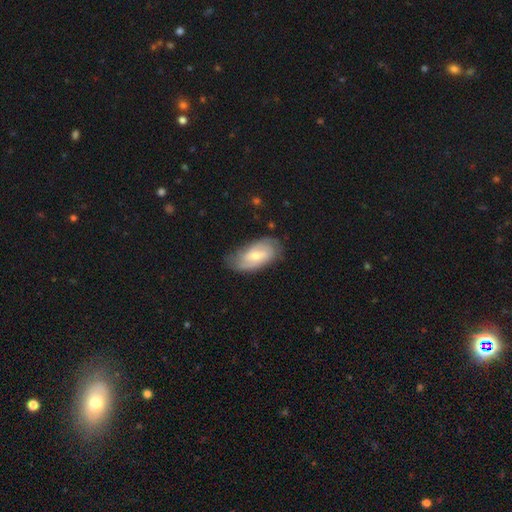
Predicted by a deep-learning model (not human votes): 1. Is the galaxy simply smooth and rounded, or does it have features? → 69% featured or disk, 25% smooth, 6% star or artifact.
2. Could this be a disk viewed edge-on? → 94% no, 6% yes.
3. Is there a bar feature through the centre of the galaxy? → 45% no, 44% weak, 11% strong.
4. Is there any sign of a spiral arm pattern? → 89% yes, 11% no.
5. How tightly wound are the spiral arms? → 48% tight, 38% medium, 15% loose.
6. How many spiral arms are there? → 56% 2, 26% can't tell, 10% 3, 4% 1, 3% 4, 2% more than 4.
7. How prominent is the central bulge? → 53% moderate, 43% small, 2% large, 1% none, 1% dominant.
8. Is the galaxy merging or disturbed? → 71% none, 22% minor disturbance, 6% major disturbance, 1% merger.